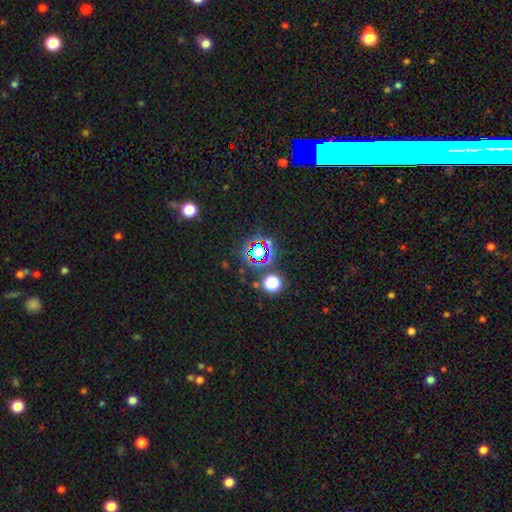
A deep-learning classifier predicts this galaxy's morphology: A star or artifact, not a galaxy (69%).